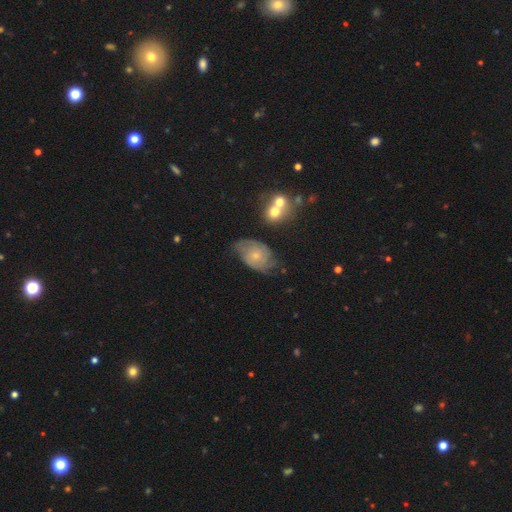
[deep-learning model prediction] Overall: featured or disk (68%). Edge-on disk: no (97%). Bar: no (76%). Spiral arms: yes (89%). Spiral arm count: 2 (51%; can't tell 27%). Spiral winding: tight (46%; medium 38%). Bulge size: small (71%). Merging: none (54%; minor disturbance 29%).